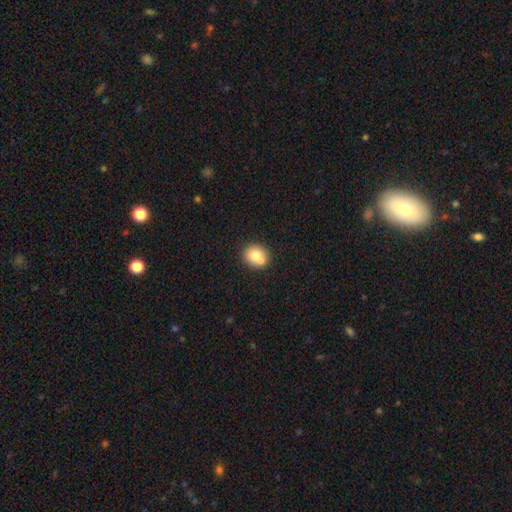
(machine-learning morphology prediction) This appears to be a smooth galaxy with no disk features (74%) that is round (78%). Merging: none (60%).